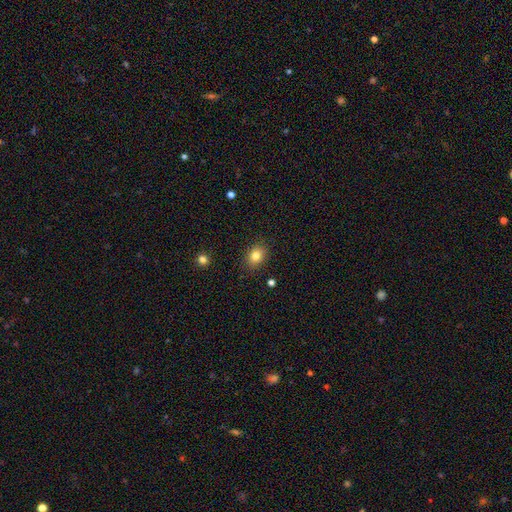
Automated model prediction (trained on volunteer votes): Smooth or featured?
  - smooth: 82% *
  - star or artifact: 10%
  - featured or disk: 7%
How rounded?
  - in between: 64% *
  - round: 35%
  - cigar-shaped: 1%
Merging?
  - none: 87% *
  - minor disturbance: 10%
  - major disturbance: 2%
  - merger: 1%